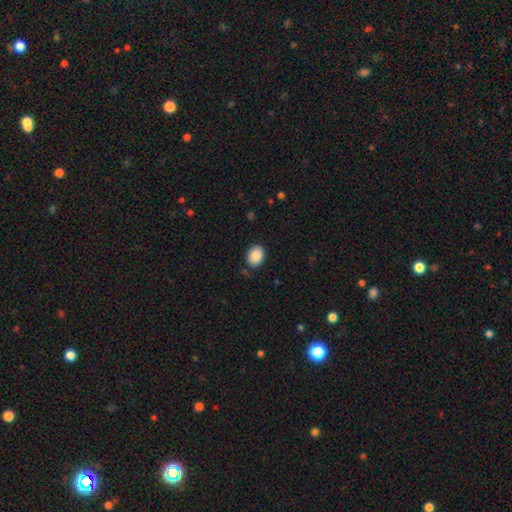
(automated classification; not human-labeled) This appears to be a smooth galaxy with no disk features (89%) that is in between round and cigar-shaped (70%). Merging: none (82%).